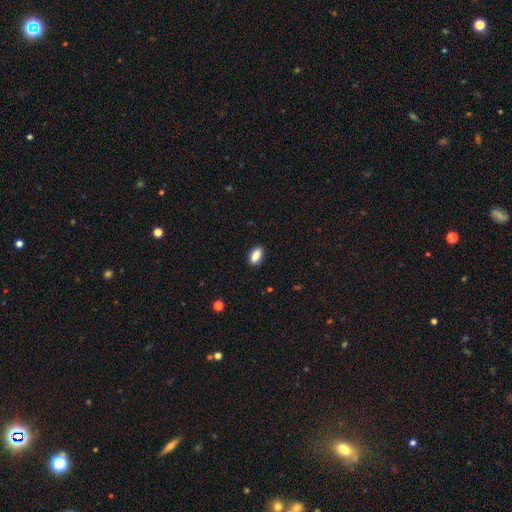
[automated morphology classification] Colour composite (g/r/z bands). It shows a smooth galaxy with no disk features (88%) that is in between round and cigar-shaped (90%). Merging: none (88%).